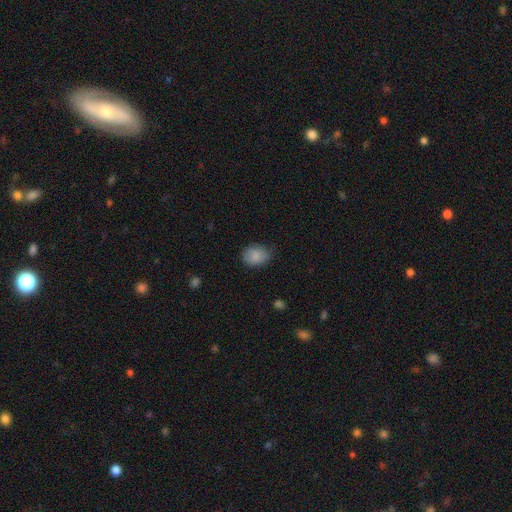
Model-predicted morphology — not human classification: Smooth or featured?
  - smooth: 86% *
  - star or artifact: 8%
  - featured or disk: 6%
How rounded?
  - in between: 66% *
  - round: 33%
  - cigar-shaped: 1%
Merging?
  - none: 69% *
  - minor disturbance: 25%
  - major disturbance: 5%
  - merger: 1%